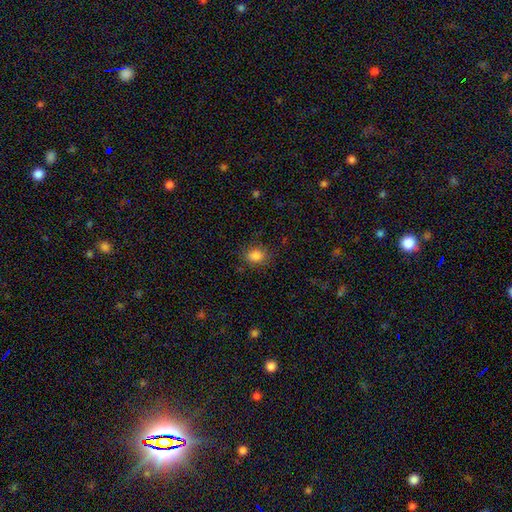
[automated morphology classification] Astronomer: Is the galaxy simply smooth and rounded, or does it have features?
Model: smooth — 84%.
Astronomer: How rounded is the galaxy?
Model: in between — 54% (runner-up: round, 44%).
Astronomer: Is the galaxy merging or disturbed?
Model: none — 82%.